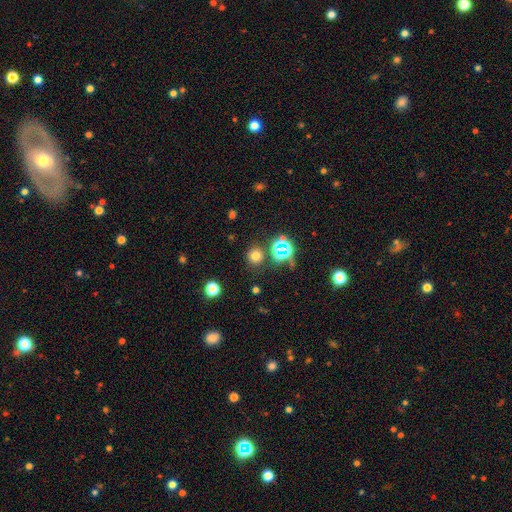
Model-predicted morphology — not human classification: A smooth galaxy with no disk features (66%) that is round (91%).

Vote fractions:
- Smooth or featured? smooth: 66% / star or artifact: 27% / featured or disk: 7%
- How rounded? round: 91% / in between: 8% / cigar-shaped: 1%
- Merging? none: 84% / minor disturbance: 8% / merger: 4% / major disturbance: 4%